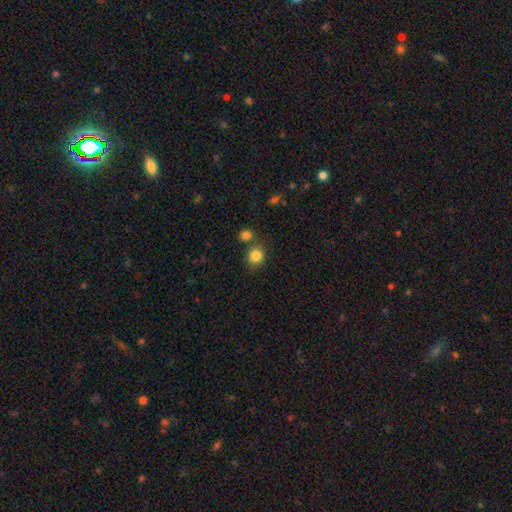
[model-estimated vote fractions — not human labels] Q: Smooth or featured?
A: smooth (85%); runner-up: star or artifact (10%)
Q: How rounded?
A: round (77%); runner-up: in between (22%)
Q: Merging?
A: none (69%); runner-up: merger (15%)